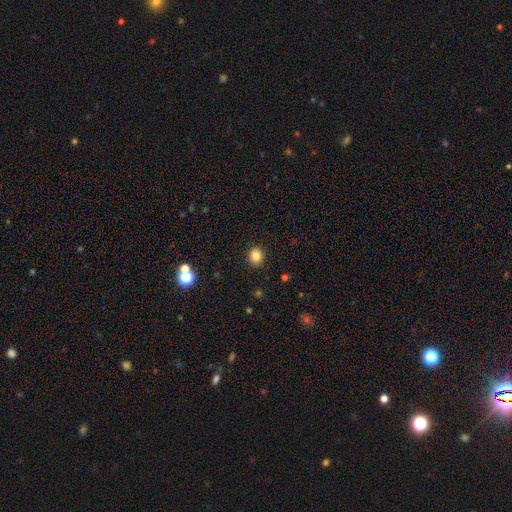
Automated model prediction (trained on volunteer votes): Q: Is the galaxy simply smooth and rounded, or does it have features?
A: smooth — 83%.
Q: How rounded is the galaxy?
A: round — 78%.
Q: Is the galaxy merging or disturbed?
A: none — 91%.